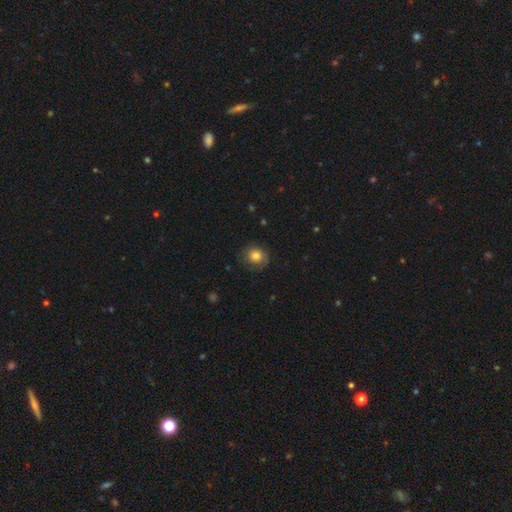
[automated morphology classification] smooth 77%, featured or disk 14%, star or artifact 9%. Down the decision tree: how rounded — round (83%); merging — none (72%).